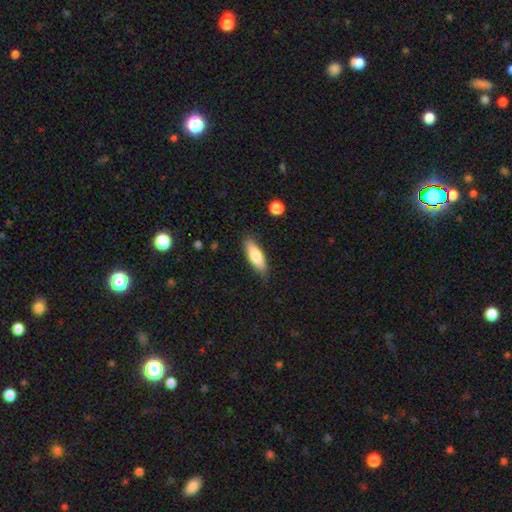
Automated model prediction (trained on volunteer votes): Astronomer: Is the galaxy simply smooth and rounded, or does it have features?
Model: smooth — 76%.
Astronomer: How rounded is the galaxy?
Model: in between — 53% (runner-up: cigar-shaped, 45%).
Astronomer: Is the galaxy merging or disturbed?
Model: none — 82%.